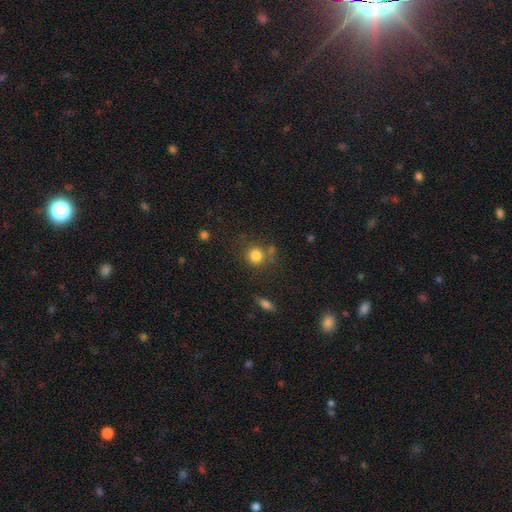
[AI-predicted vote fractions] Overall: smooth (82%). How rounded: round (86%). Merging: none (68%).